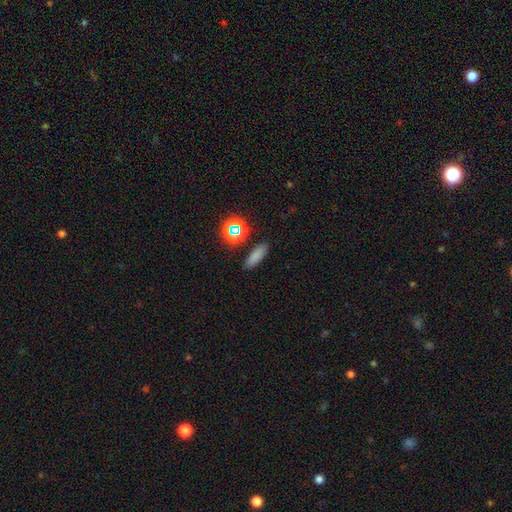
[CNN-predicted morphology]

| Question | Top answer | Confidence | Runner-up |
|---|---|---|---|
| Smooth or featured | smooth | 76% | star or artifact (17%) |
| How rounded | in between | 47% | tied: cigar-shaped (47%) |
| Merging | none | 86% | minor disturbance (9%) |